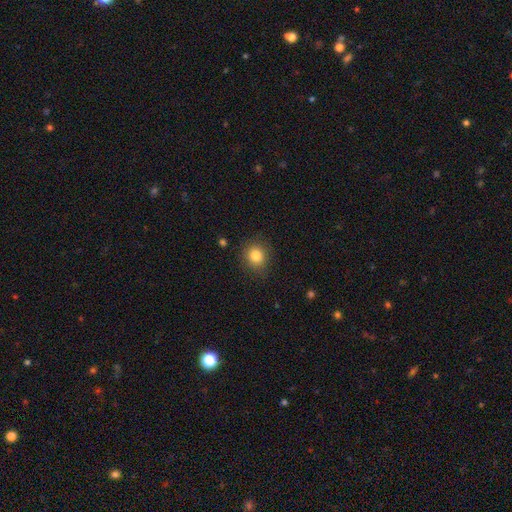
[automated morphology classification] A smooth galaxy with no disk features (83%) that is round (82%). Merging: none (86%).